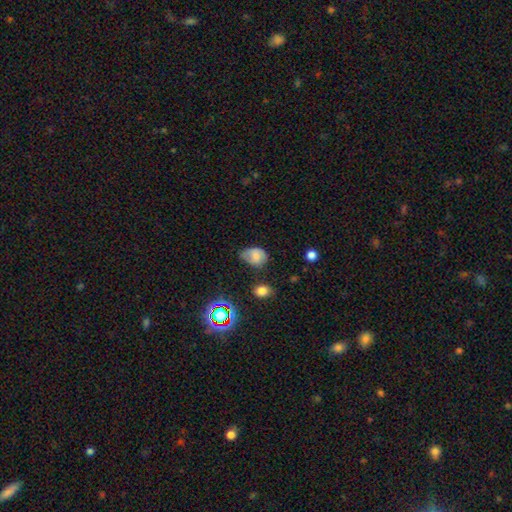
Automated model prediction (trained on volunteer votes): Q: Smooth or featured?
A: smooth (68%); runner-up: featured or disk (20%)
Q: How rounded?
A: in between (69%); runner-up: round (30%)
Q: Merging?
A: none (46%); runner-up: minor disturbance (39%)